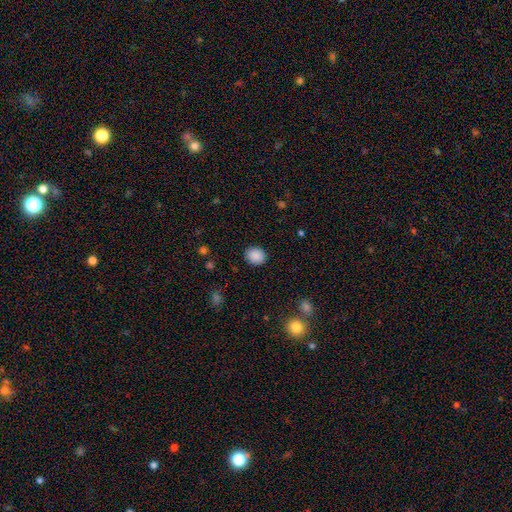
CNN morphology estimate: smooth_or_featured: smooth (p=0.89) [alt: star or artifact p=0.09]
how_rounded: round (p=0.75) [alt: in between p=0.24]
merging: none (p=0.90) [alt: minor disturbance p=0.07]